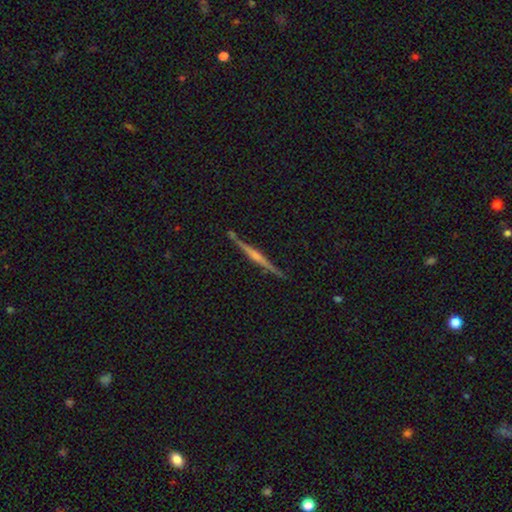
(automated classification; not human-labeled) Smooth or featured: featured or disk — 74% (smooth — 19%)
Edge-on disk: yes — 98% (no — 2%)
Edge-on bulge: rounded — 60% (none — 26%)
Merging: none — 87% (minor disturbance — 9%)